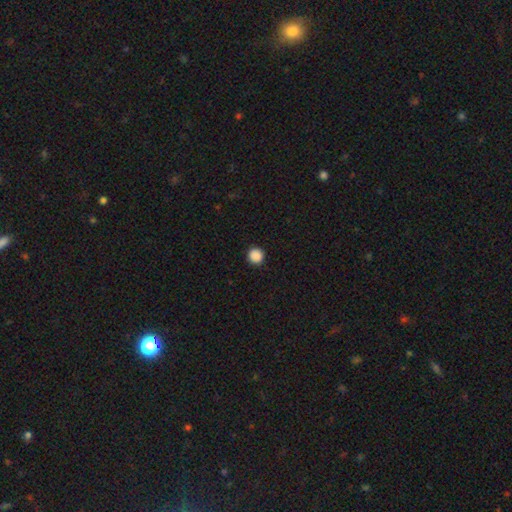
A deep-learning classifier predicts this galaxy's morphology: A smooth galaxy with no disk features (88%) that is round (95%). Merging: none (92%).